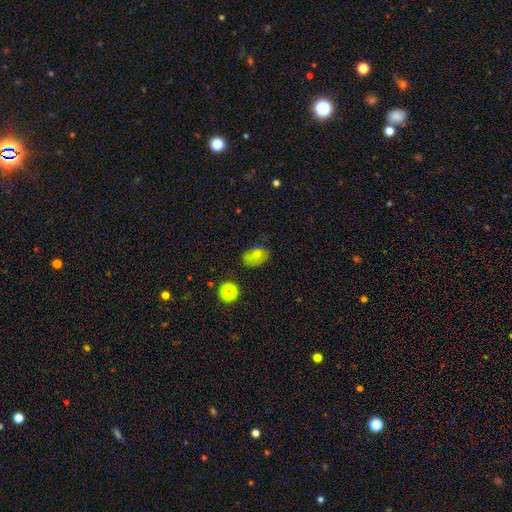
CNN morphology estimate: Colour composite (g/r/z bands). It shows a smooth galaxy with no disk features (71%) that is in between round and cigar-shaped (74%). Merging: none (61%).